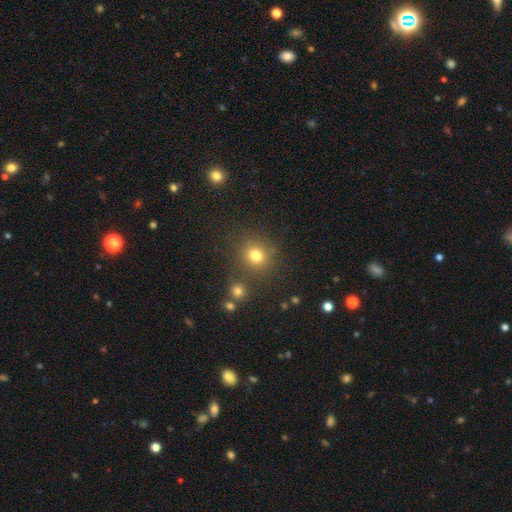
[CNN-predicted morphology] Smooth or featured? Predicted: smooth (p=0.76). How rounded? Predicted: round (p=0.89). Merging? Predicted: none (p=0.80).